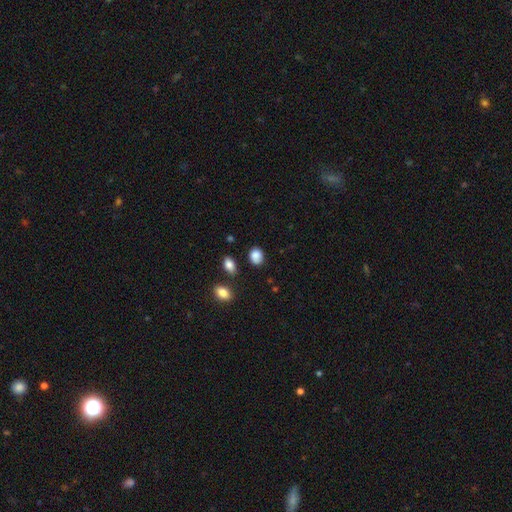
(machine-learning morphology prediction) A smooth galaxy with no disk features (87%) that is in between round and cigar-shaped (53%). Merging: none (73%).